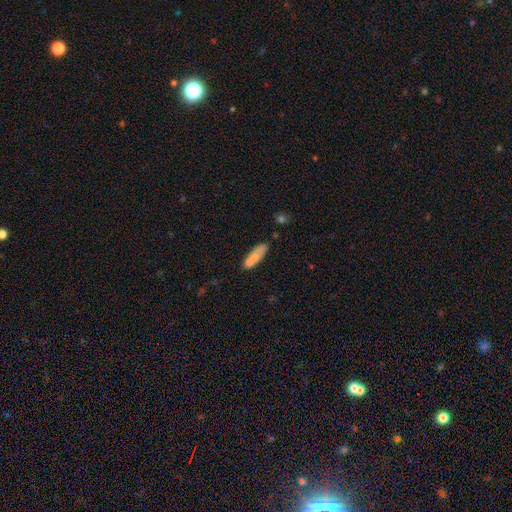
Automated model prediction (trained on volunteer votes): smooth-or-featured: smooth: 70% | featured or disk: 23% | star or artifact: 8%
  how-rounded: in between: 60% | cigar-shaped: 36% | round: 4%
  merging: none: 52% | merger: 24% | minor disturbance: 18% | major disturbance: 6%